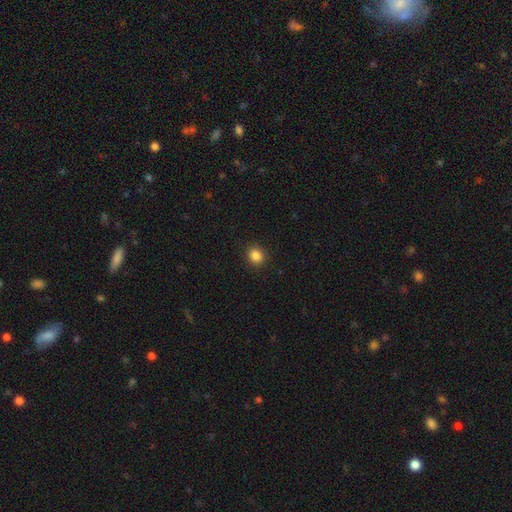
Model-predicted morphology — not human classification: This appears to be a smooth galaxy with no disk features (85%) that is round (82%). Merging: none (92%).